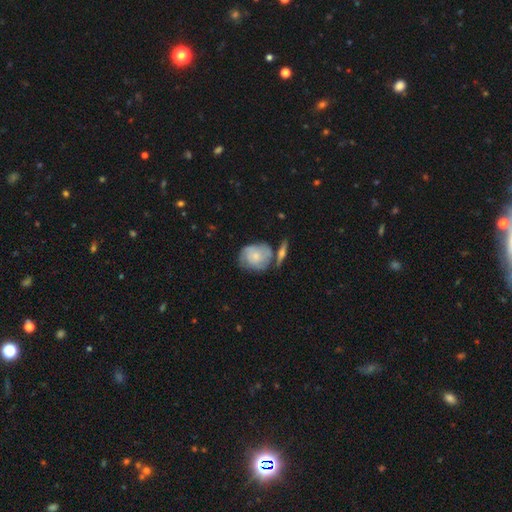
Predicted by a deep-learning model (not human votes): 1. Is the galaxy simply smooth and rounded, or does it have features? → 48% smooth, 45% featured or disk, 7% star or artifact.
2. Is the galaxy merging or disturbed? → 49% none, 24% minor disturbance, 17% merger, 10% major disturbance.